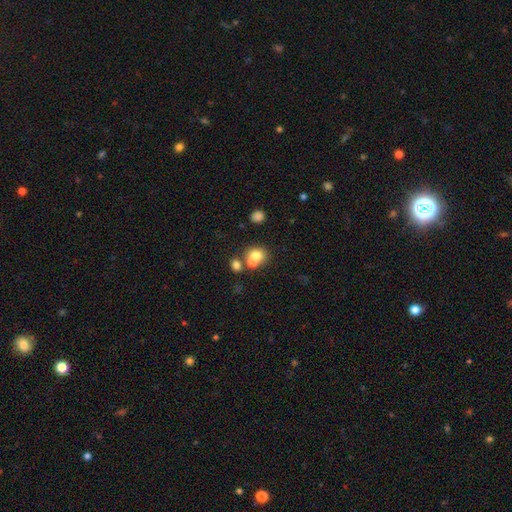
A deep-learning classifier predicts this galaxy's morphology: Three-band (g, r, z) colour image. It shows a smooth galaxy with no disk features (70%) that is round (71%). Merging: merger (50%).